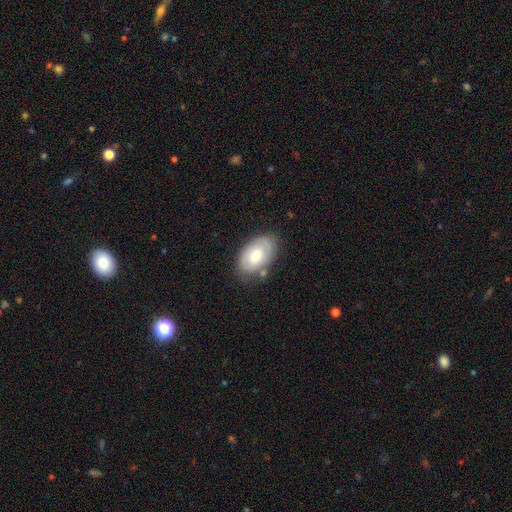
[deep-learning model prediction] A smooth galaxy with no disk features (66%) that is in between round and cigar-shaped (93%). Merging: none (70%).